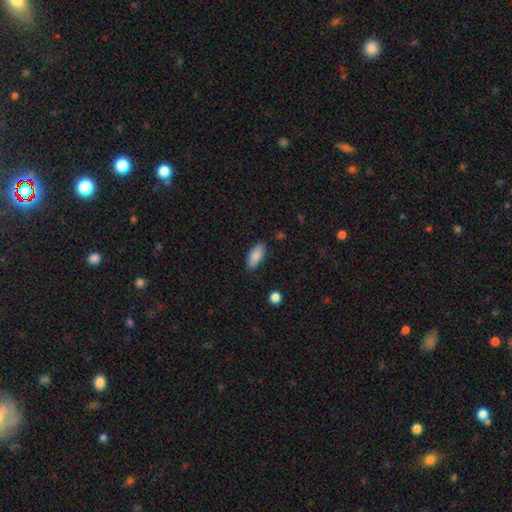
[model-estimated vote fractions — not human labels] This is clearly a smooth galaxy (86%). How rounded: clearly in between (85%). Merging: clearly none (84%).